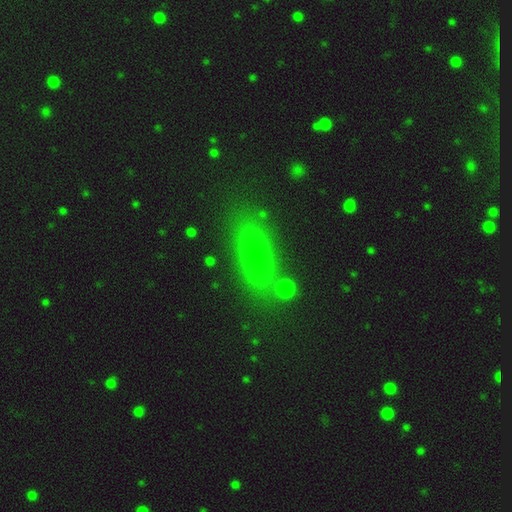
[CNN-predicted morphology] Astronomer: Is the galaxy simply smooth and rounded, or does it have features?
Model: smooth — 63%.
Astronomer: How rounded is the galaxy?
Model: in between — 57% (runner-up: cigar-shaped, 33%).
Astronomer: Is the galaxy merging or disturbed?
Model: none — 79%.